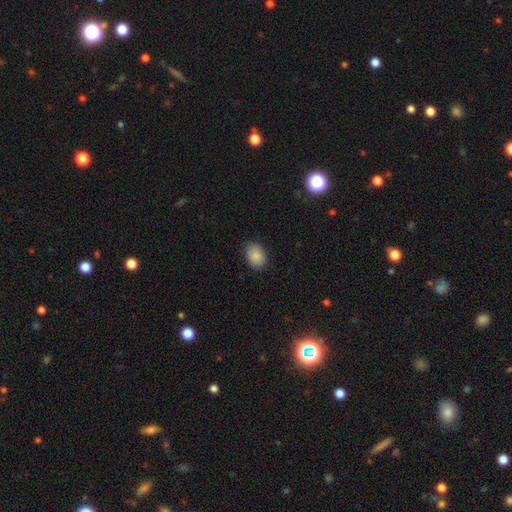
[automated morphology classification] A smooth galaxy with no disk features (87%) that is in between round and cigar-shaped (76%). Merging: none (83%).